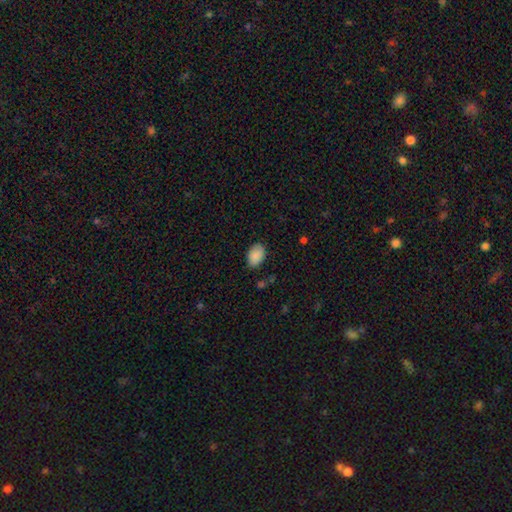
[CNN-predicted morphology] A smooth galaxy with no disk features (88%) that is in between round and cigar-shaped (89%).

Vote fractions:
- Smooth or featured? smooth: 88% / star or artifact: 7% / featured or disk: 5%
- How rounded? in between: 89% / round: 10% / cigar-shaped: 1%
- Merging? none: 80% / minor disturbance: 16% / major disturbance: 3% / merger: 1%